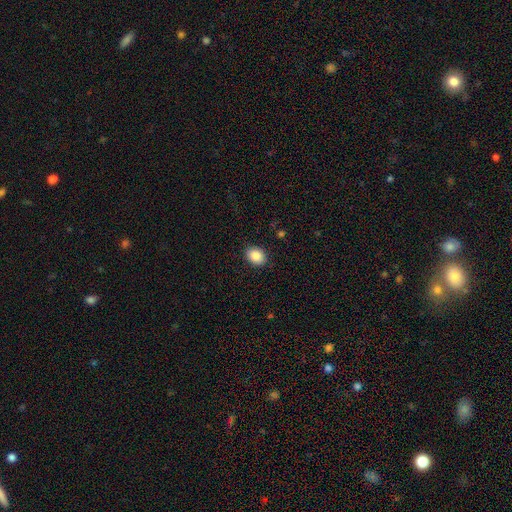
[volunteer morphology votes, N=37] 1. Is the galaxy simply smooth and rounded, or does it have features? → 100% smooth, 0% featured or disk, 0% star or artifact.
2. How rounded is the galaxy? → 54% in between, 46% round, 0% cigar-shaped.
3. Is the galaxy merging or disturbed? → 89% none, 11% minor disturbance, 0% major disturbance, 0% merger.